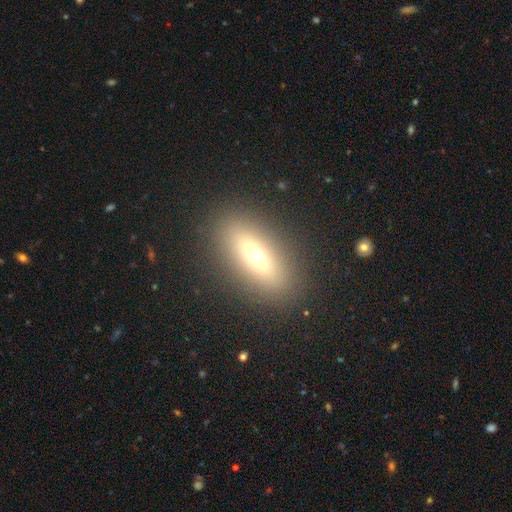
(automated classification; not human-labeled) Overall: smooth (58%; featured or disk 30%). How rounded: in between (59%; cigar-shaped 36%). Merging: none (88%).